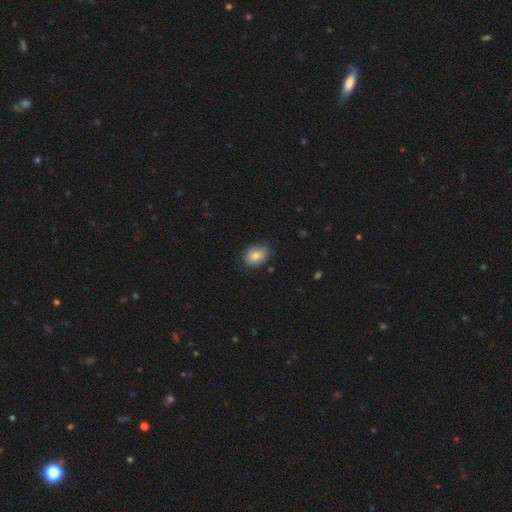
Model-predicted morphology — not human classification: The model was most divided on "how rounded": in between: 74%, round: 25%, cigar-shaped: 1%. More confident: smooth or featured — smooth (84%); merging — none (80%).